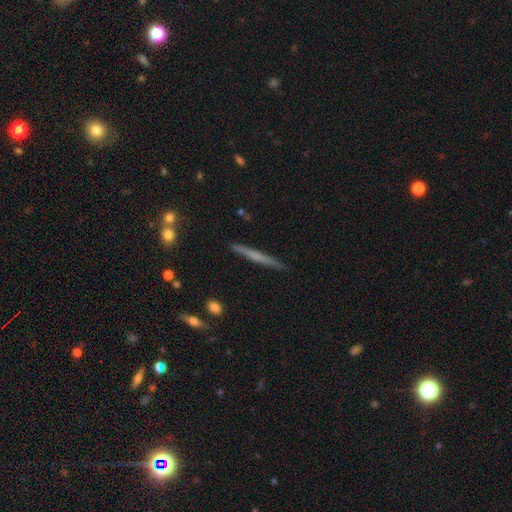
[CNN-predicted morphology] Smooth or featured?
  - featured or disk: 47% *
  - smooth: 46%
  - star or artifact: 6%
Merging?
  - none: 90% *
  - minor disturbance: 7%
  - merger: 1%
  - major disturbance: 1%